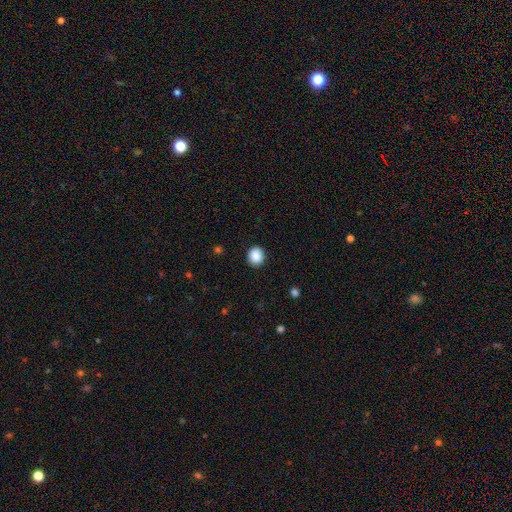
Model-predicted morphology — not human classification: Q: Smooth or featured?
A: smooth (88%); runner-up: star or artifact (9%)
Q: How rounded?
A: round (81%); runner-up: in between (18%)
Q: Merging?
A: none (91%); runner-up: minor disturbance (6%)